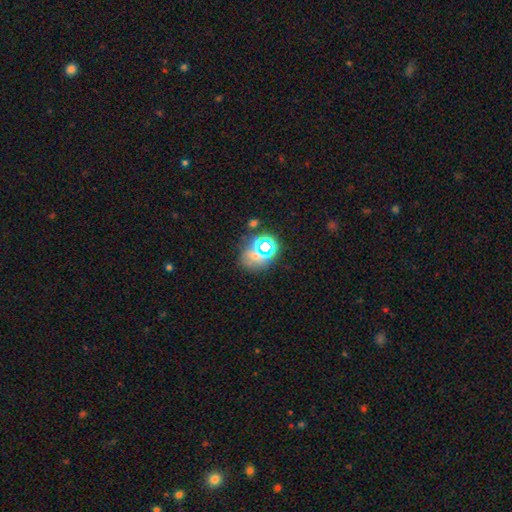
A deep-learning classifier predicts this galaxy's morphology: A star or artifact, not a galaxy (45%).